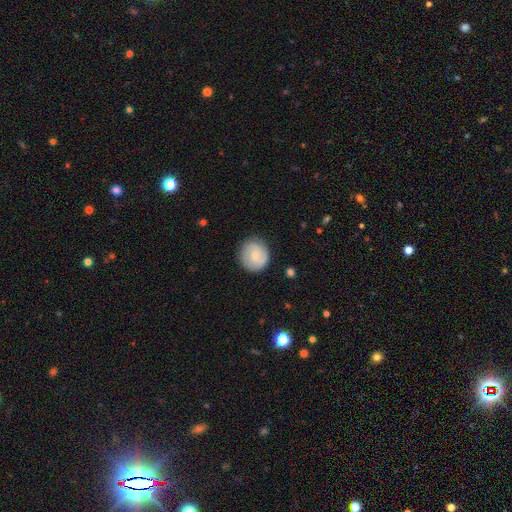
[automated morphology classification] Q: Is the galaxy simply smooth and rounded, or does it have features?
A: smooth — 49%.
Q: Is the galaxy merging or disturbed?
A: none — 82%.